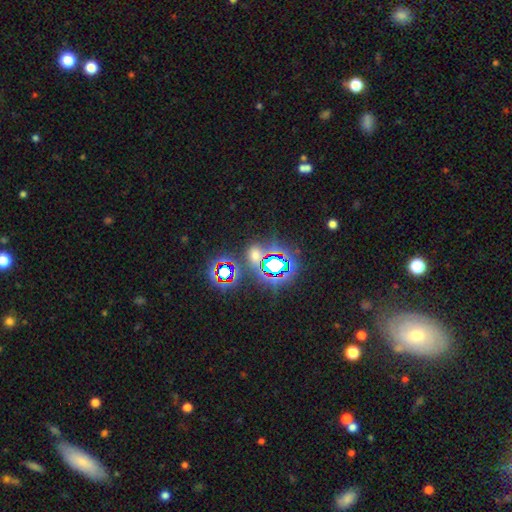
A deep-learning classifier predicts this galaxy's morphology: The model was most divided on "smooth or featured": star or artifact: 68%, smooth: 23%, featured or disk: 9%.